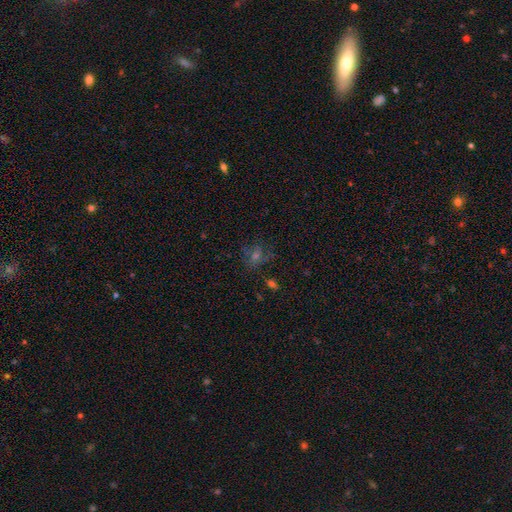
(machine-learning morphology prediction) star or artifact 37%, smooth 33%, featured or disk 30%.